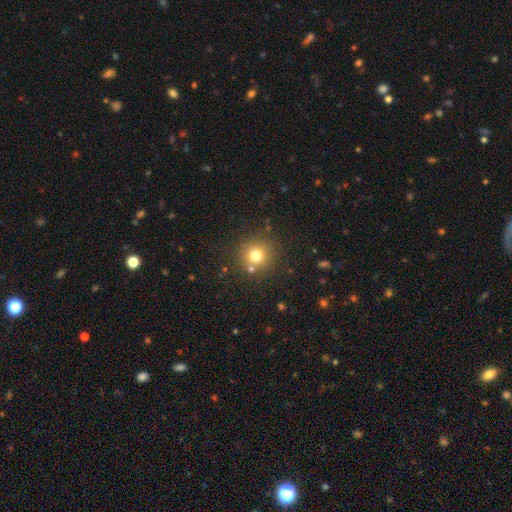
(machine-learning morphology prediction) A smooth galaxy with no disk features (74%) that is round (94%). Merging: none (80%).